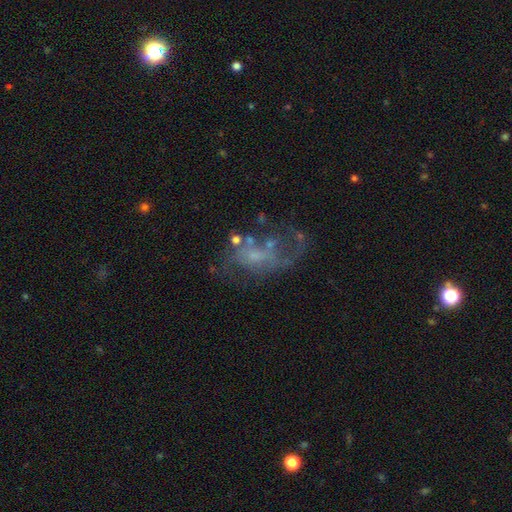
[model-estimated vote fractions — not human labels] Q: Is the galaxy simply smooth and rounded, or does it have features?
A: featured or disk — 65%.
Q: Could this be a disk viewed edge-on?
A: no — 97%.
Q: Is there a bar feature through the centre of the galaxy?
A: no — 71%.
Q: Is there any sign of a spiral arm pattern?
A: yes — 54%.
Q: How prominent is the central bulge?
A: none — 42%.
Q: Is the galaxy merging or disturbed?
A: major disturbance — 37%.